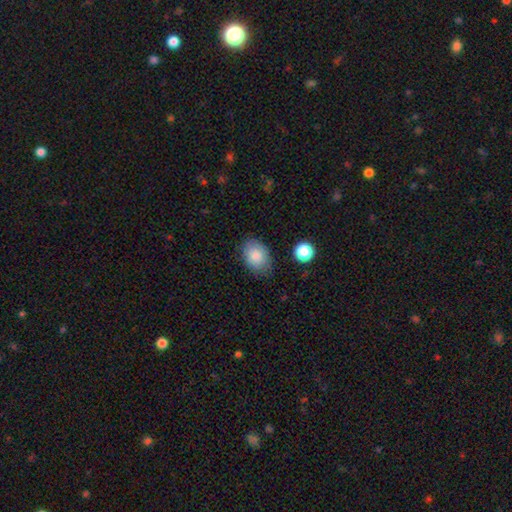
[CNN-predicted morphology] Overall: smooth (85%). How rounded: in between (73%). Merging: none (73%).